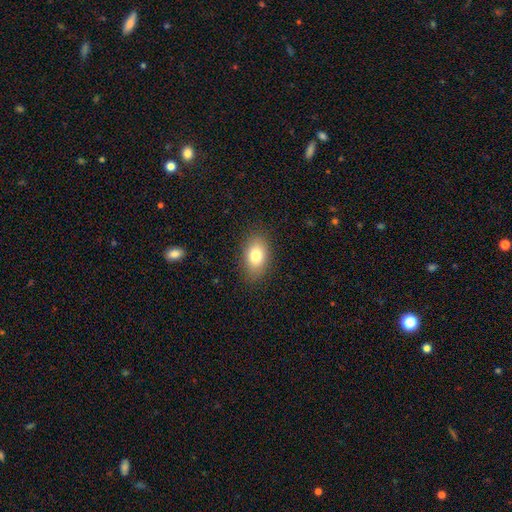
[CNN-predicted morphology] Smooth or featured: smooth — 79% (featured or disk — 12%)
How rounded: in between — 85% (round — 14%)
Merging: none — 87% (minor disturbance — 9%)